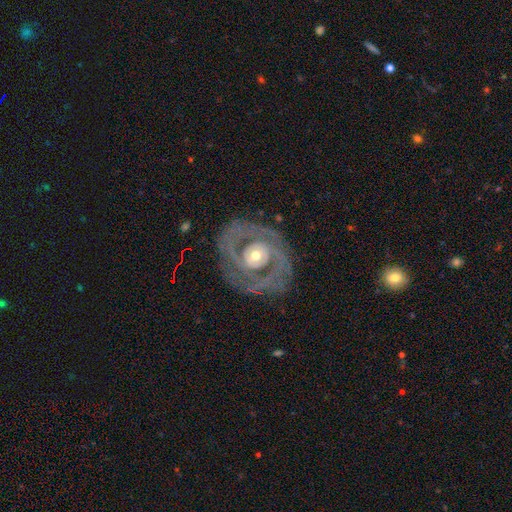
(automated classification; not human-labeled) Smooth or featured: featured or disk — 87% (smooth — 7%)
Edge-on disk: no — 97% (yes — 3%)
Bar: no — 53% (weak — 31%)
Spiral arms: yes — 92% (no — 8%)
Spiral winding: tight — 65% (medium — 29%)
Spiral arm count: 2 — 74% (can't tell — 10%)
Bulge size: moderate — 55% (small — 40%)
Merging: none — 80% (minor disturbance — 13%)